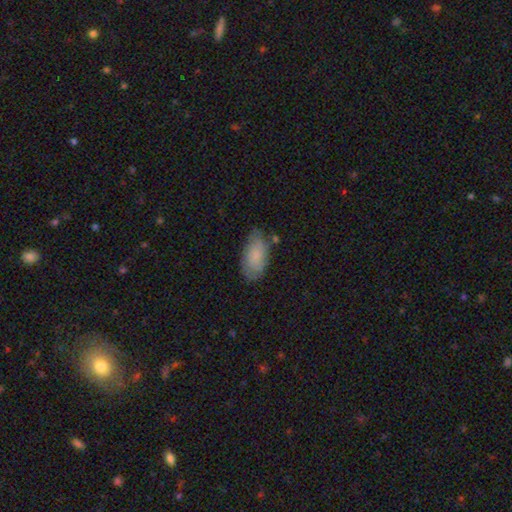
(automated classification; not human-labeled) smooth-or-featured: smooth: 79% | featured or disk: 14% | star or artifact: 7%
  how-rounded: in between: 93% | cigar-shaped: 4% | round: 3%
  merging: none: 66% | minor disturbance: 25% | major disturbance: 6% | merger: 3%